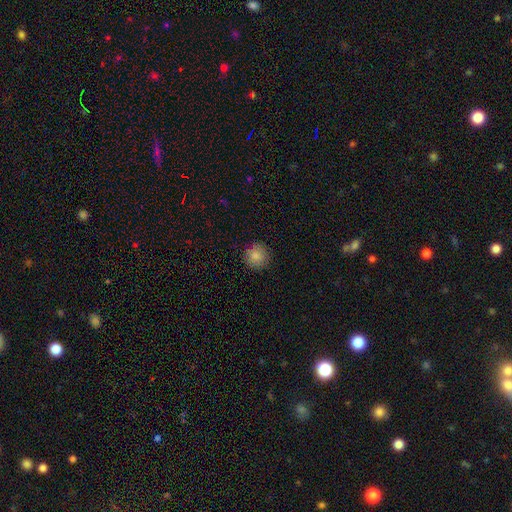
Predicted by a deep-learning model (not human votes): smooth-or-featured: smooth: 85% | star or artifact: 9% | featured or disk: 6%
  how-rounded: round: 94% | in between: 5% | cigar-shaped: 1%
  merging: none: 89% | minor disturbance: 8% | major disturbance: 2% | merger: 1%